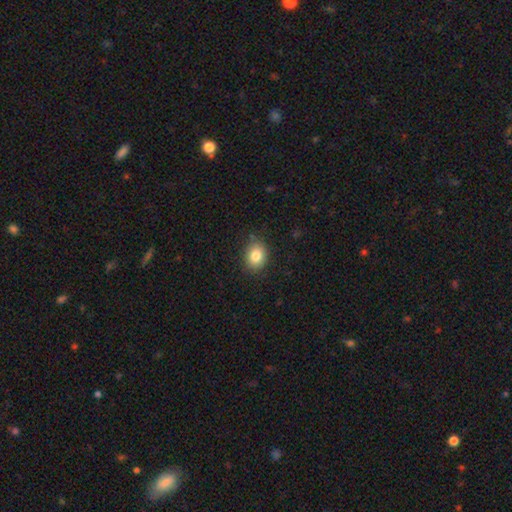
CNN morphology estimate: Smooth or featured: smooth — 83% (star or artifact — 10%)
How rounded: in between — 50% (round — 49%)
Merging: none — 83% (minor disturbance — 13%)